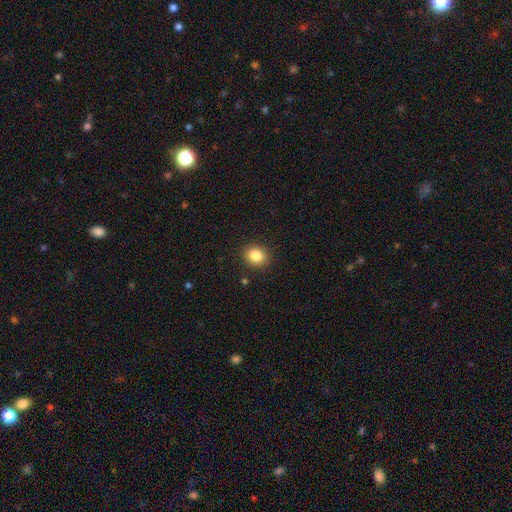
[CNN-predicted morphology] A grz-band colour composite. It shows a smooth galaxy with no disk features (84%) that is round (67%). Merging: none (89%).